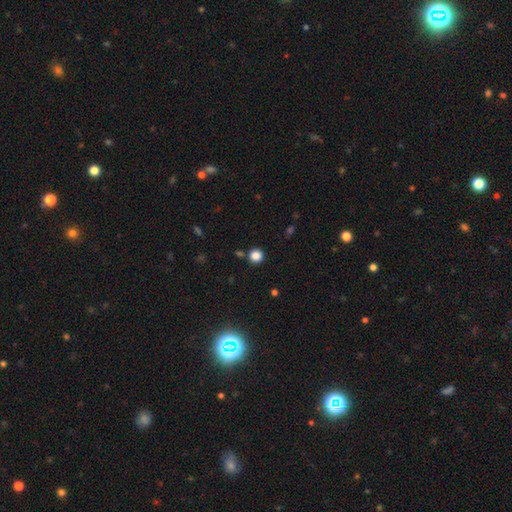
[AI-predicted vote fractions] smooth_or_featured: smooth (p=0.84) [alt: star or artifact p=0.12]
how_rounded: round (p=0.94) [alt: in between p=0.05]
merging: none (p=0.86) [alt: minor disturbance p=0.07]